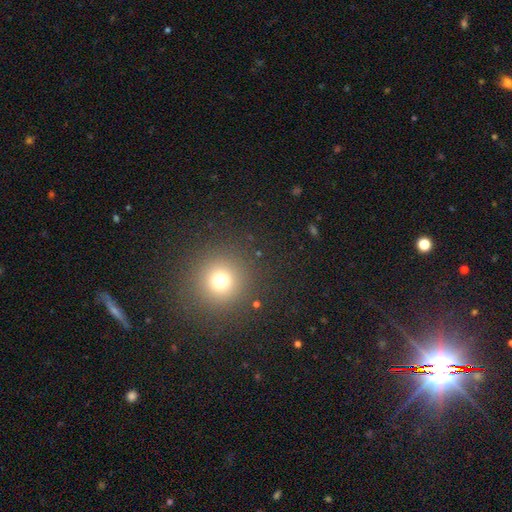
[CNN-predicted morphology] Overall: smooth (59%; star or artifact 33%). How rounded: round (94%). Merging: none (92%).